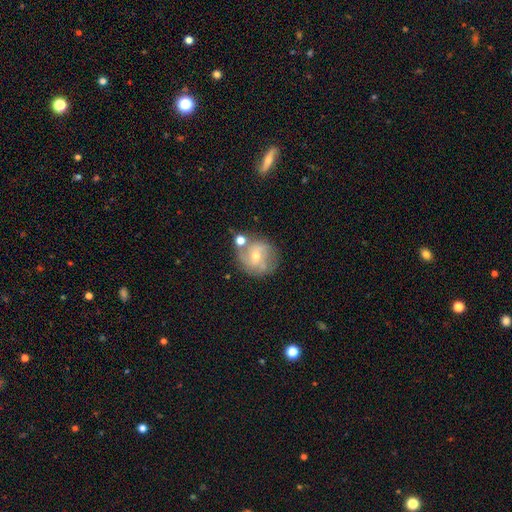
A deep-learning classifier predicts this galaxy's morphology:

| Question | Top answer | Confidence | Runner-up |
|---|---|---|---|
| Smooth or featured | featured or disk | 65% | smooth (26%) |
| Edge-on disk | no | 97% | yes (3%) |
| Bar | no | 51% | weak (39%) |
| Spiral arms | yes | 82% | no (18%) |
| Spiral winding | medium | 45% | tight (28%) |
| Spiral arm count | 2 | 45% | can't tell (22%) |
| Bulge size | small | 55% | moderate (41%) |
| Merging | none | 59% | minor disturbance (17%) |